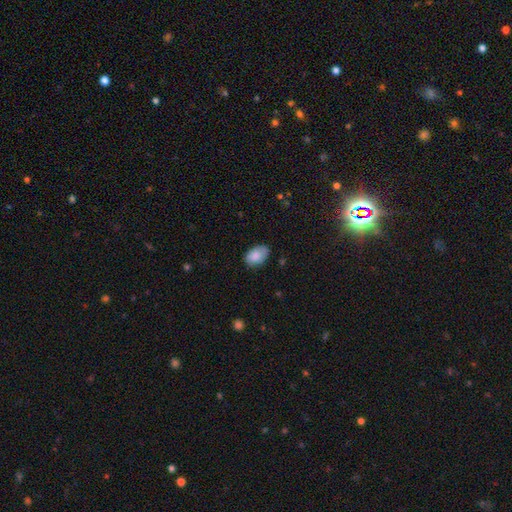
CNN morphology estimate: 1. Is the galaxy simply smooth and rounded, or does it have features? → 84% smooth, 9% featured or disk, 7% star or artifact.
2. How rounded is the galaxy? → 89% in between, 10% round, 1% cigar-shaped.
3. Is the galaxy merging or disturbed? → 74% none, 21% minor disturbance, 4% major disturbance, 1% merger.